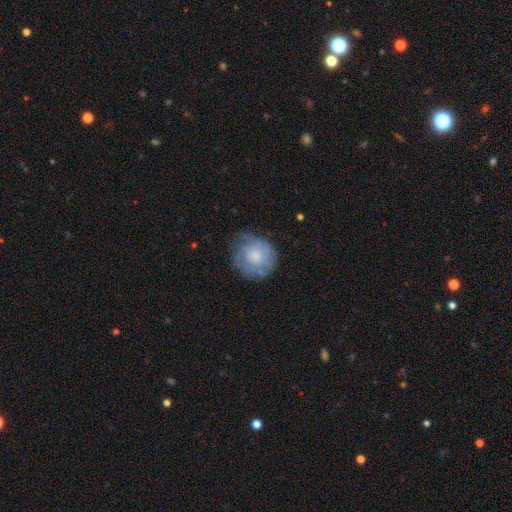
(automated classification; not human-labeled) Q: Smooth or featured?
A: smooth (57%); runner-up: featured or disk (36%)
Q: How rounded?
A: round (86%); runner-up: in between (13%)
Q: Merging?
A: none (58%); runner-up: minor disturbance (29%)